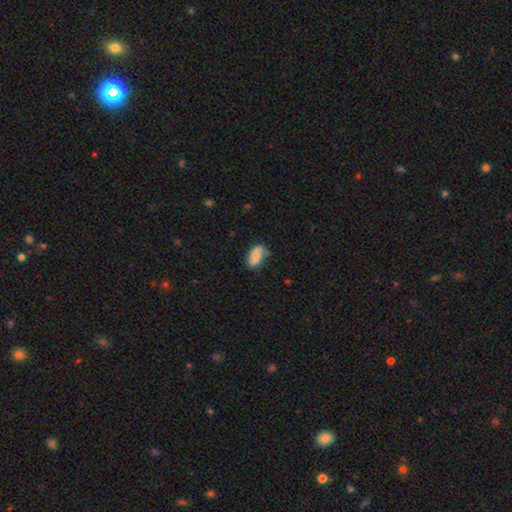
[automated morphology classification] type=smooth (65%); roundness=in between (91%); merging=none (59%).